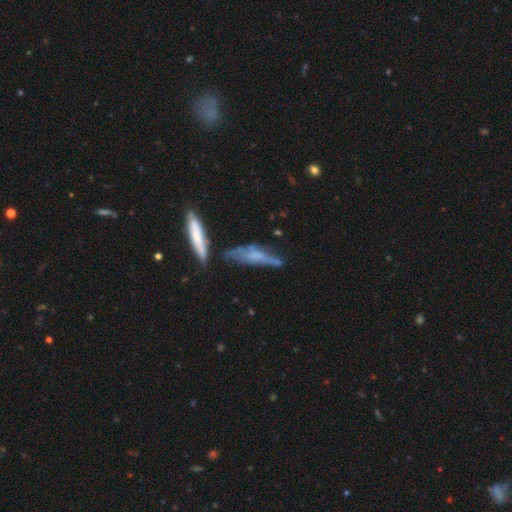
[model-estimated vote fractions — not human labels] A featured or disk galaxy (49%).

Vote fractions:
- Smooth or featured? featured or disk: 49% / smooth: 41% / star or artifact: 10%
- Merging? none: 42% / minor disturbance: 26% / merger: 16% / major disturbance: 15%